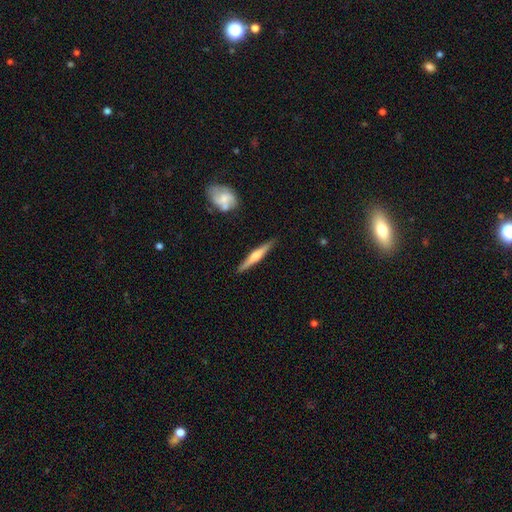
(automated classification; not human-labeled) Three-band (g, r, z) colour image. It shows a featured or disk galaxy (58%) viewed edge-on (97%) with a rounded central bulge (80%). Merging: none (88%).